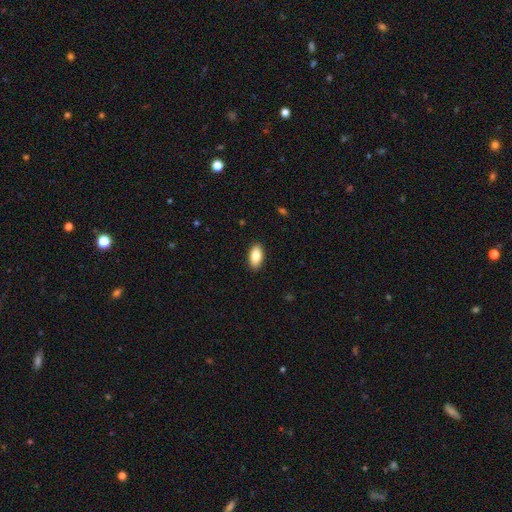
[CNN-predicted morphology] Q: Smooth or featured?
A: smooth (83%); runner-up: featured or disk (11%)
Q: How rounded?
A: in between (92%); runner-up: cigar-shaped (4%)
Q: Merging?
A: none (90%); runner-up: minor disturbance (7%)